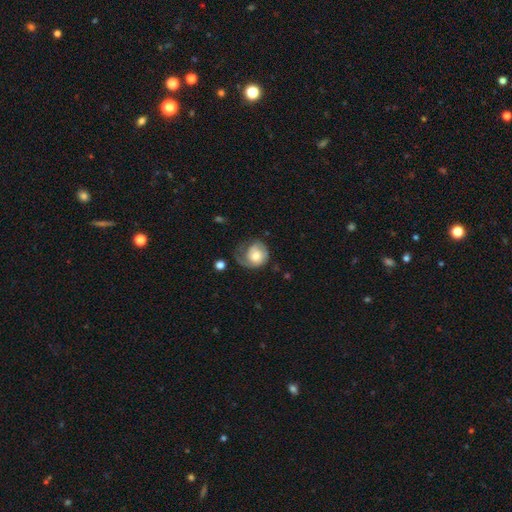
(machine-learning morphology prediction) featured or disk 57%, smooth 37%, star or artifact 6%. Down the decision tree: edge-on disk — no (98%); bar — no (77%); spiral arms — yes (81%); bulge size — moderate (63%); merging — none (39%).